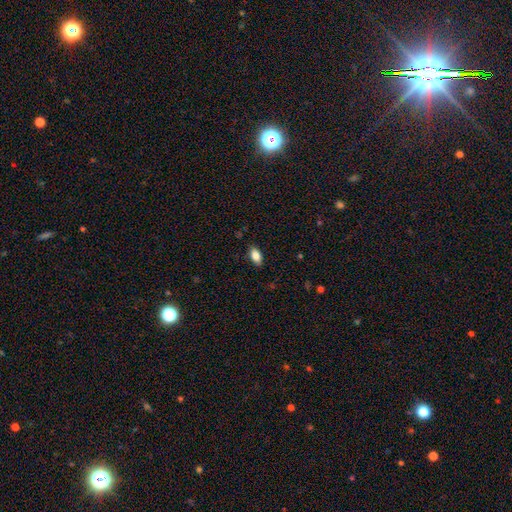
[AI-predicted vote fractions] smooth-or-featured: smooth: 84% | star or artifact: 8% | featured or disk: 8%
  how-rounded: in between: 90% | cigar-shaped: 6% | round: 4%
  merging: none: 86% | minor disturbance: 10% | major disturbance: 2% | merger: 1%